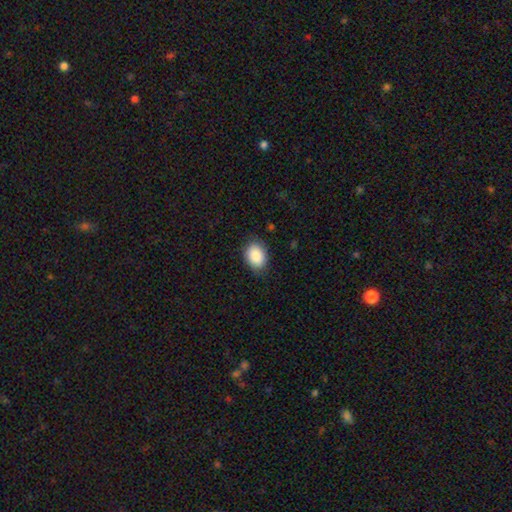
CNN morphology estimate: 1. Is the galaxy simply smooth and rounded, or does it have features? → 88% smooth, 7% star or artifact, 5% featured or disk.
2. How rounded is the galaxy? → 78% in between, 21% round, 1% cigar-shaped.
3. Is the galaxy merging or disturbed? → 82% none, 14% minor disturbance, 3% major disturbance, 1% merger.